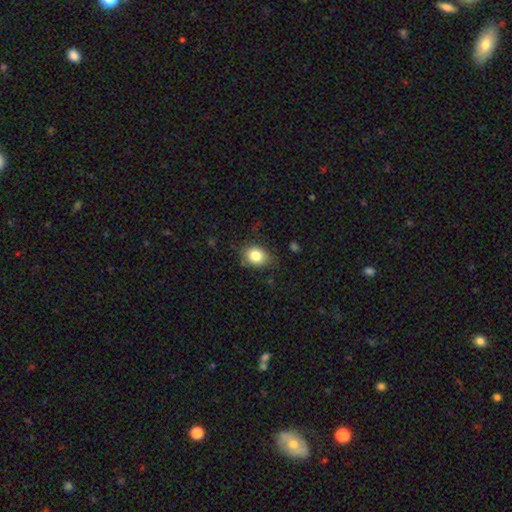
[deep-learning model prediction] Q: Smooth or featured?
A: smooth (82%); runner-up: star or artifact (10%)
Q: How rounded?
A: in between (60%); runner-up: round (39%)
Q: Merging?
A: none (78%); runner-up: minor disturbance (16%)